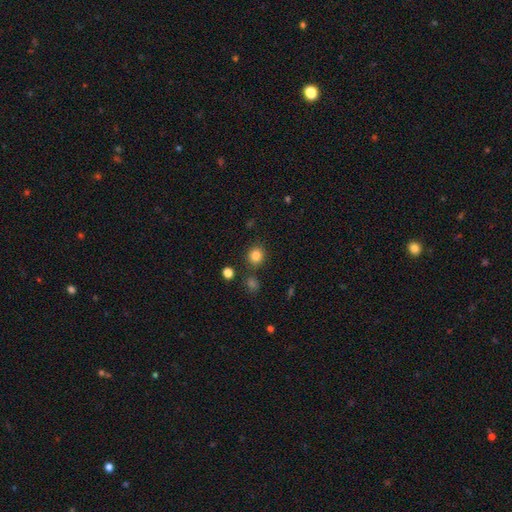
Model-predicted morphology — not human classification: A smooth galaxy with no disk features (84%) that is round (84%). Merging: none (84%).